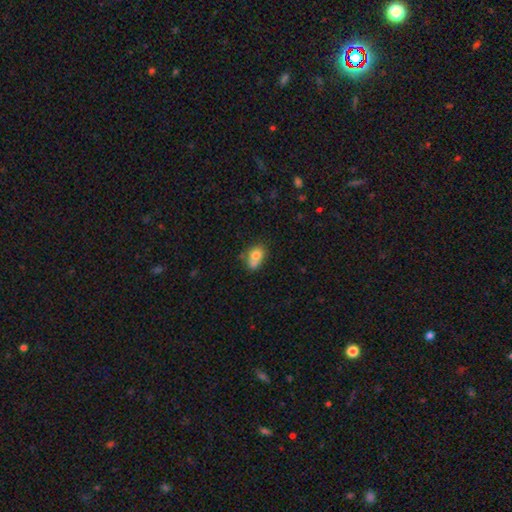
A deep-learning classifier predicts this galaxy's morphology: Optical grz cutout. It shows a smooth galaxy with no disk features (74%) that is in between round and cigar-shaped (63%). Merging: merger (43%).